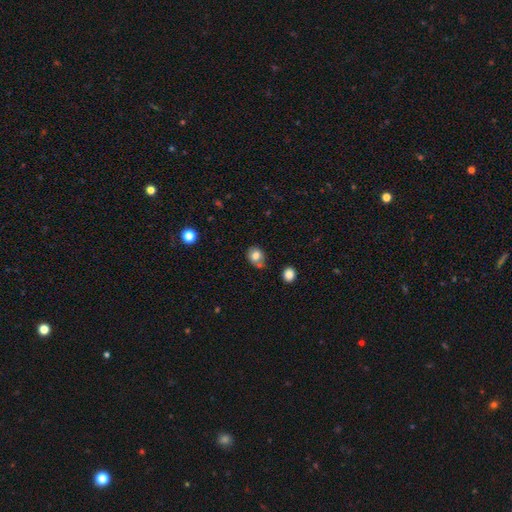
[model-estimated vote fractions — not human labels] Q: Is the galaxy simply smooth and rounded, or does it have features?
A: smooth — 79%.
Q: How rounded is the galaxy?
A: round — 61%.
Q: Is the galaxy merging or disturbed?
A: none — 54%.